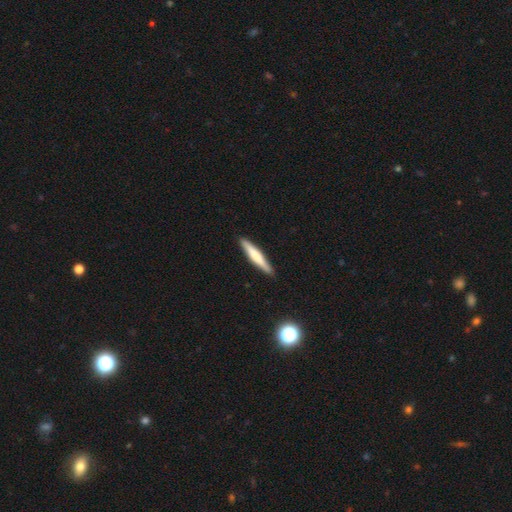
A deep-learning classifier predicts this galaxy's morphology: Smooth or featured? smooth (60%)
How rounded? cigar-shaped (93%)
Merging? none (90%)